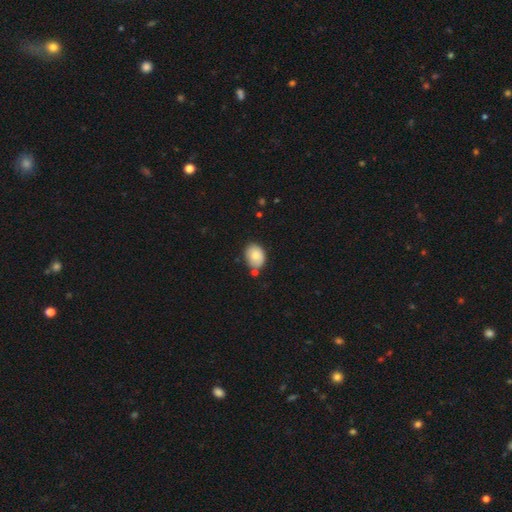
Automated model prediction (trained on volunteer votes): Morphology: type=smooth (81%); roundness=in between (70%); merging=none (71%).